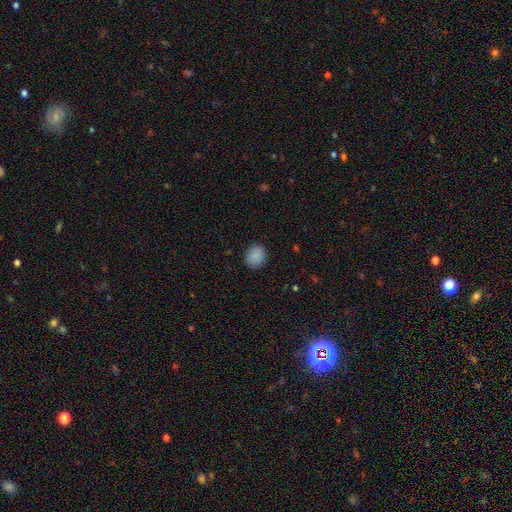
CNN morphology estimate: Smooth or featured? smooth (89%)
How rounded? round (64%)
Merging? none (89%)